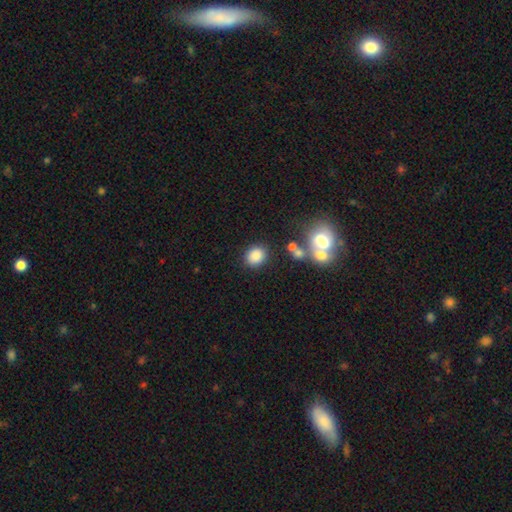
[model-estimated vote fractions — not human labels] Smooth or featured?
  - smooth: 85% *
  - star or artifact: 10%
  - featured or disk: 5%
How rounded?
  - round: 60% *
  - in between: 39%
  - cigar-shaped: 1%
Merging?
  - none: 77% *
  - minor disturbance: 11%
  - merger: 7%
  - major disturbance: 4%